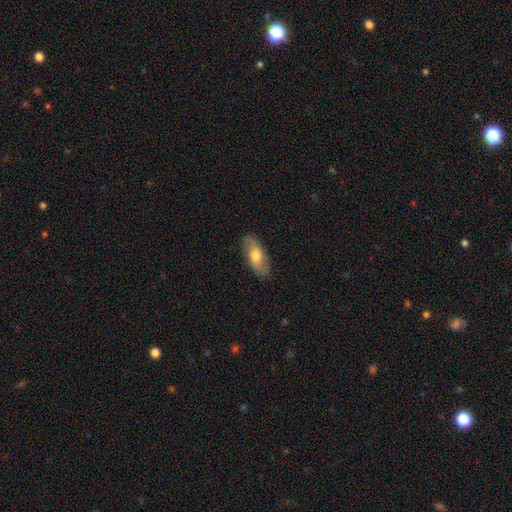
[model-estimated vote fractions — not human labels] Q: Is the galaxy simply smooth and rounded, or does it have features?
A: smooth — 53%.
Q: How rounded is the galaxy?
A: in between — 83%.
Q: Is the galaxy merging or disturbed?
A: none — 84%.